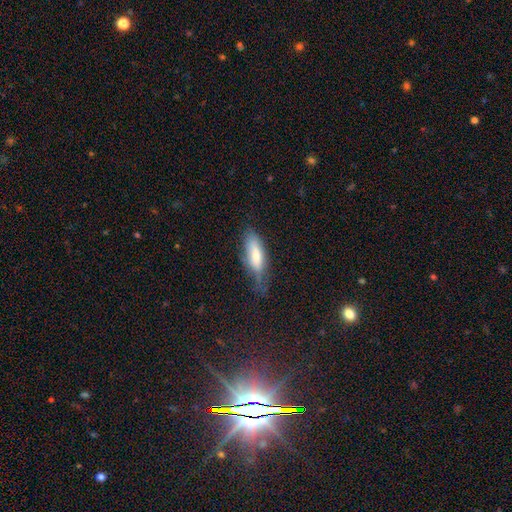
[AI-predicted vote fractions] Smooth or featured? smooth (69%)
How rounded? in between (64%)
Merging? none (48%)